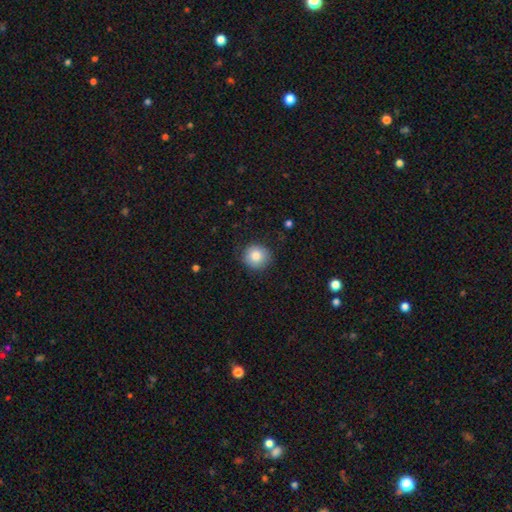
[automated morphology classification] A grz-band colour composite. It shows a smooth galaxy with no disk features (84%) that is round (91%). Merging: none (86%).